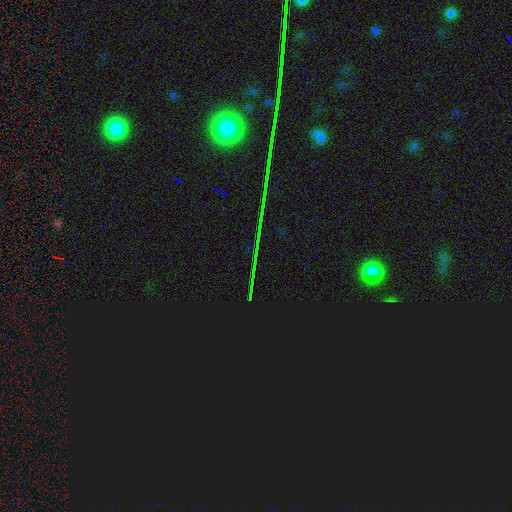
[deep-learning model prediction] Morphology: type=star or artifact (83%).